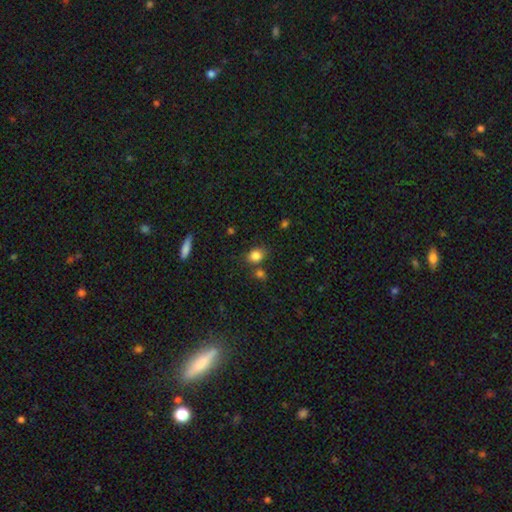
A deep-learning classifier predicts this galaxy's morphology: The model was most divided on "how rounded": in between: 51%, round: 48%, cigar-shaped: 1%. More confident: smooth or featured — smooth (83%); merging — none (71%).